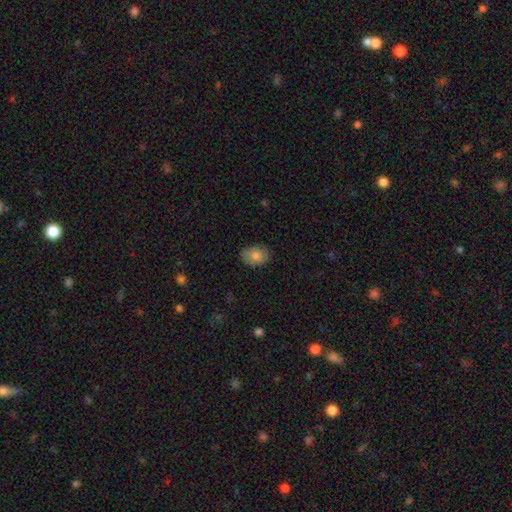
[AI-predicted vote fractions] This is clearly a smooth galaxy (83%). How rounded: likely in between (68%). Merging: clearly none (82%).